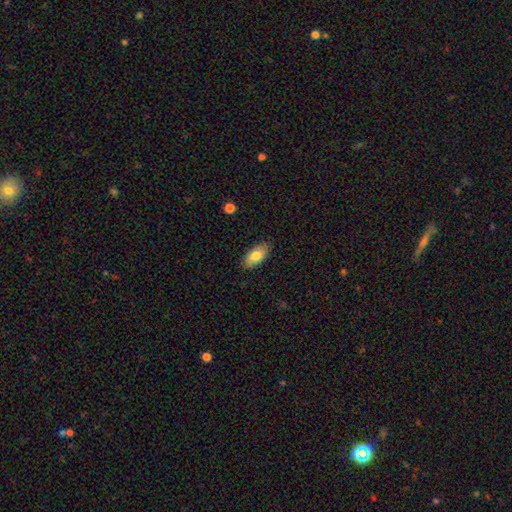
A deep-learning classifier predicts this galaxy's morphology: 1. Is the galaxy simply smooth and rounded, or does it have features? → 81% smooth, 13% featured or disk, 6% star or artifact.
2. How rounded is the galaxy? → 92% in between, 5% cigar-shaped, 3% round.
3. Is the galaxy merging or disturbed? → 86% none, 11% minor disturbance, 2% major disturbance, 1% merger.